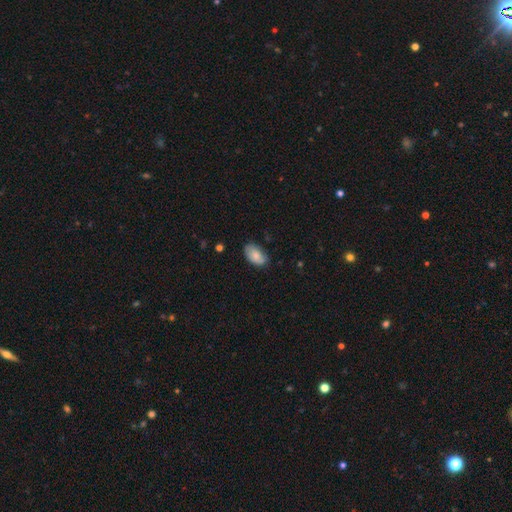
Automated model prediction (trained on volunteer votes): Smooth or featured: smooth — 79% (featured or disk — 14%)
How rounded: in between — 93% (round — 6%)
Merging: none — 72% (minor disturbance — 23%)